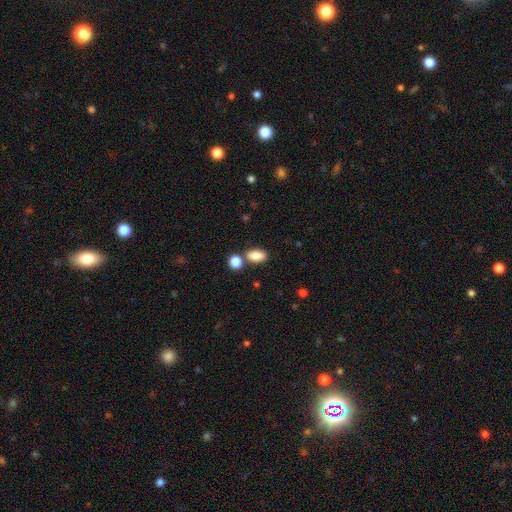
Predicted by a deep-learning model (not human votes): Morphology: type=smooth (86%); roundness=in between (88%); merging=none (69%).